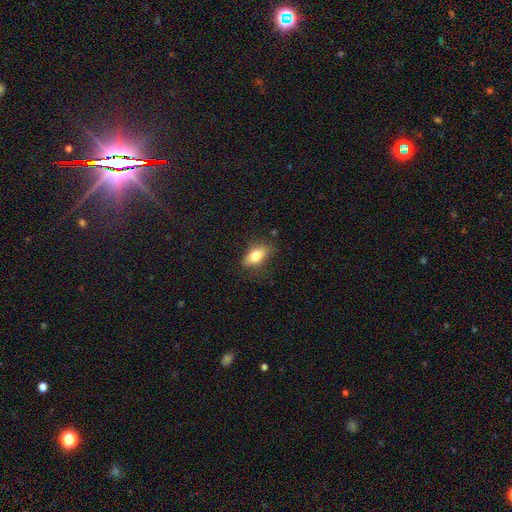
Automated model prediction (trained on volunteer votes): smooth 76%, featured or disk 16%, star or artifact 8%. Down the decision tree: how rounded — in between (84%); merging — none (72%).